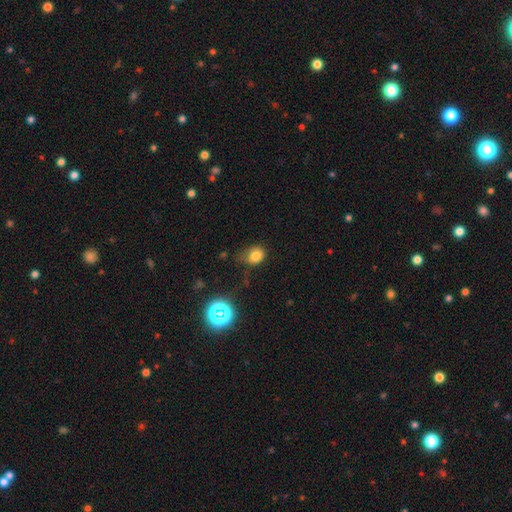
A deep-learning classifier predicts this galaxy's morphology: Smooth or featured?
  - smooth: 77% *
  - star or artifact: 16%
  - featured or disk: 8%
How rounded?
  - round: 52% *
  - in between: 47%
  - cigar-shaped: 1%
Merging?
  - none: 51% *
  - minor disturbance: 32%
  - major disturbance: 14%
  - merger: 4%